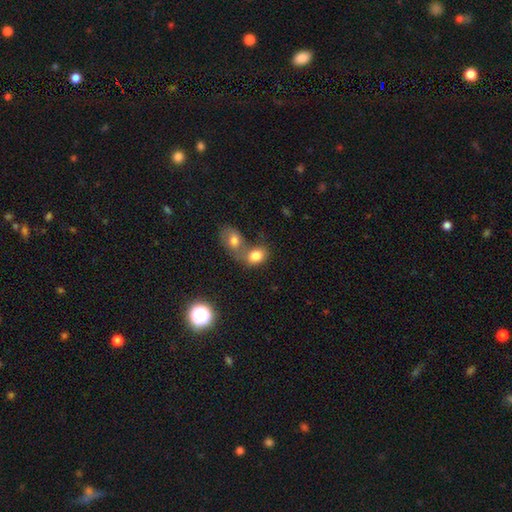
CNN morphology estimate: Smooth or featured: smooth — 79% (featured or disk — 11%)
How rounded: in between — 64% (round — 35%)
Merging: merger — 55% (none — 31%)